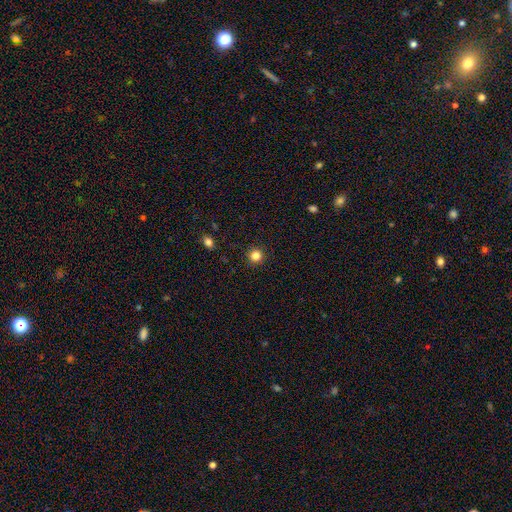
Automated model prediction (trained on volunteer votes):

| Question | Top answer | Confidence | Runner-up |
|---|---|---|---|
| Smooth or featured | smooth | 83% | star or artifact (13%) |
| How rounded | round | 95% | in between (4%) |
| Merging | none | 92% | minor disturbance (5%) |